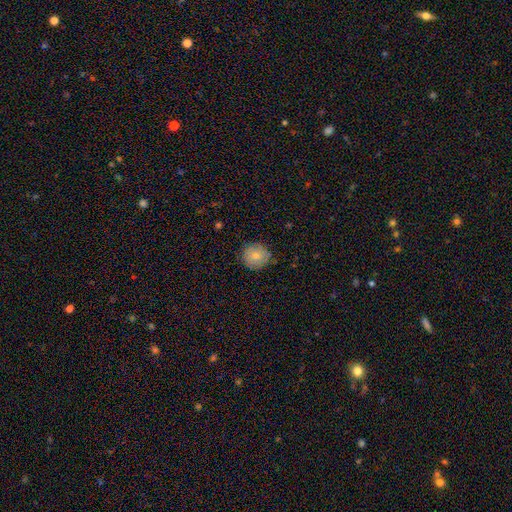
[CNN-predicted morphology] Overall: smooth (74%). How rounded: round (90%). Merging: none (83%).